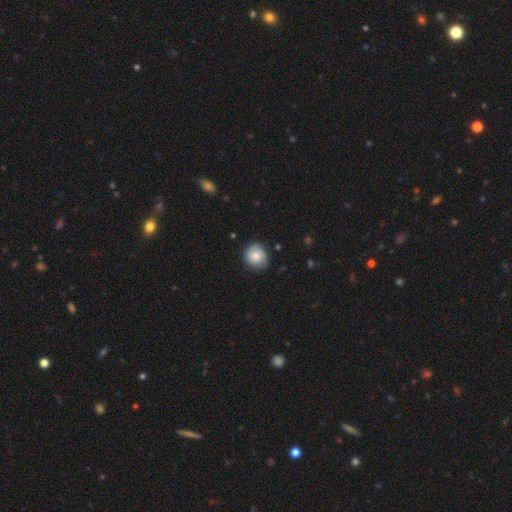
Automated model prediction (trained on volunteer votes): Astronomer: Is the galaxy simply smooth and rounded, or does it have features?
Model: smooth — 77%.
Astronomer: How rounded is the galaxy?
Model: round — 85%.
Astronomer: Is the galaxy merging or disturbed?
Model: none — 78%.